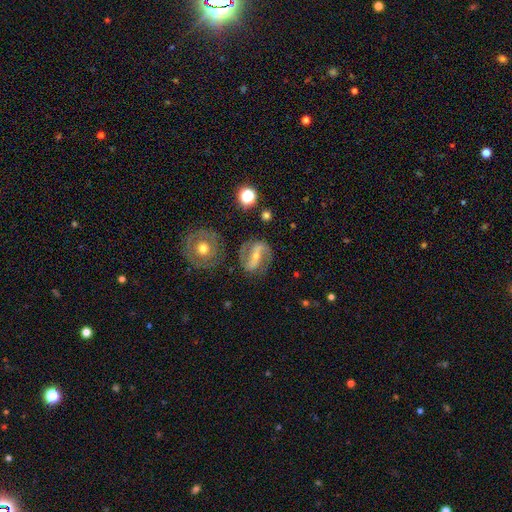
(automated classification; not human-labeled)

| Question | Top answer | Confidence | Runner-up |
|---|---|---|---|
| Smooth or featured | featured or disk | 83% | smooth (11%) |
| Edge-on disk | no | 95% | yes (5%) |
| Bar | strong | 64% | weak (23%) |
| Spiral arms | yes | 92% | no (8%) |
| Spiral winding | medium | 50% | loose (26%) |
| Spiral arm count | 2 | 90% | can't tell (4%) |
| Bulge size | small | 60% | moderate (35%) |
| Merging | none | 76% | minor disturbance (14%) |